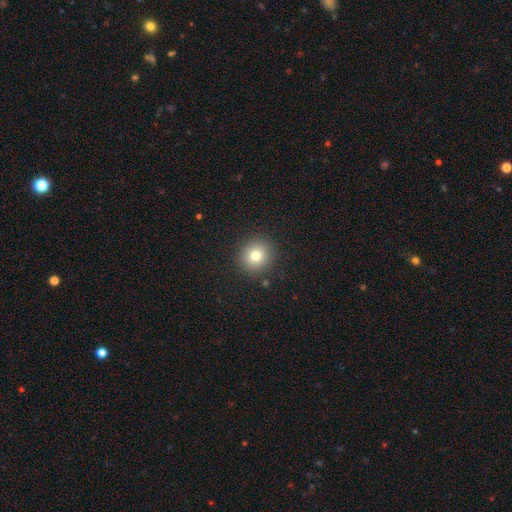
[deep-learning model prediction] A smooth galaxy with no disk features (77%) that is round (92%). Merging: none (90%).